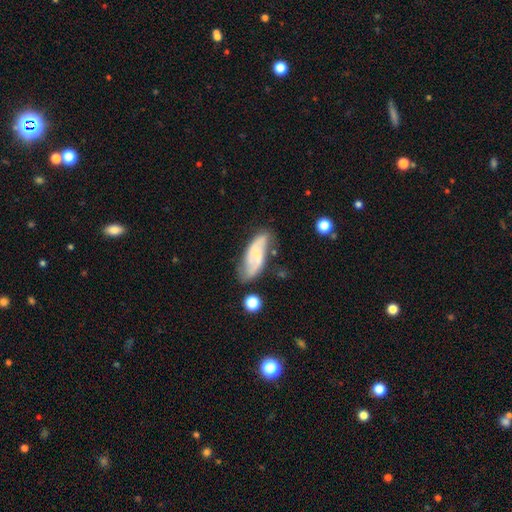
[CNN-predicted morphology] Smooth or featured: featured or disk — 71% (smooth — 23%)
Edge-on disk: no — 91% (yes — 9%)
Bar: no — 45% (weak — 42%)
Spiral arms: yes — 91% (no — 9%)
Spiral winding: medium — 41% (loose — 40%)
Spiral arm count: 2 — 83% (can't tell — 9%)
Bulge size: small — 62% (moderate — 28%)
Merging: none — 63% (minor disturbance — 25%)